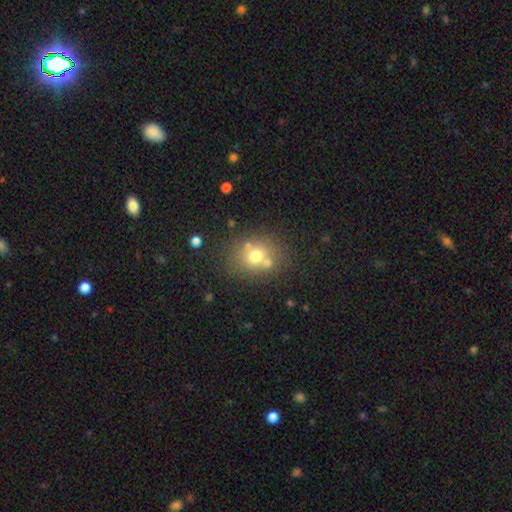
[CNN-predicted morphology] Smooth or featured? Predicted: smooth (p=0.68). How rounded? Predicted: round (p=0.67). Merging? Predicted: none (p=0.65).